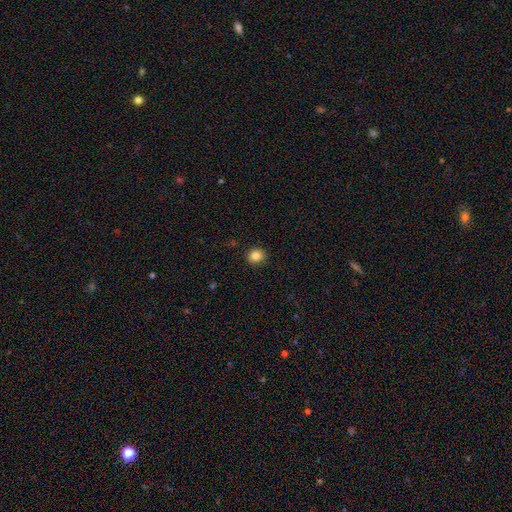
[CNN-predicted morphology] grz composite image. It shows a smooth galaxy with no disk features (84%) that is round (87%). Merging: none (91%).